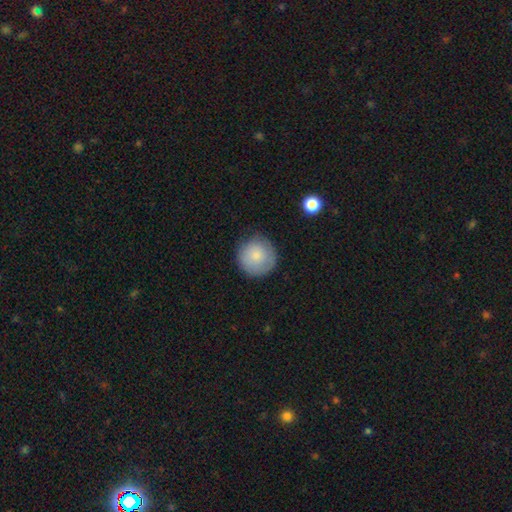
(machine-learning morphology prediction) Q: Smooth or featured?
A: smooth (82%); runner-up: featured or disk (11%)
Q: How rounded?
A: round (95%); runner-up: in between (4%)
Q: Merging?
A: none (81%); runner-up: minor disturbance (15%)